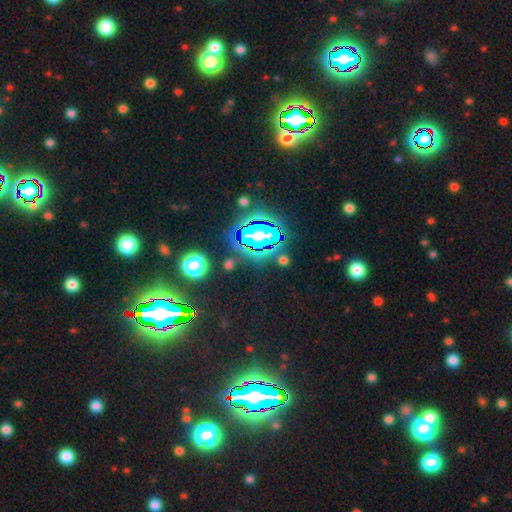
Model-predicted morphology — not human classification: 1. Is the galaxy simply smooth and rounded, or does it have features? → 82% star or artifact, 10% smooth, 8% featured or disk.